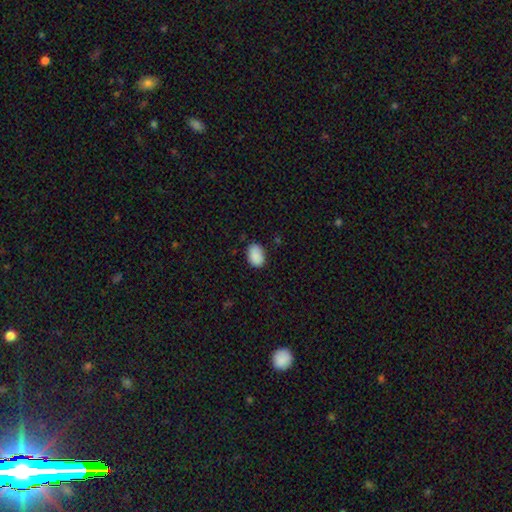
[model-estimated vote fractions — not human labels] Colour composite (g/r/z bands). It shows a smooth galaxy with no disk features (89%) that is in between round and cigar-shaped (86%). Merging: none (80%).